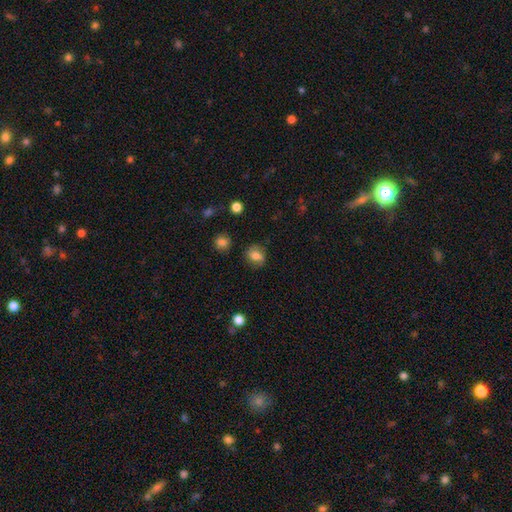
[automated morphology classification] Overall: smooth (72%). How rounded: round (51%; in between 47%). Merging: none (77%).